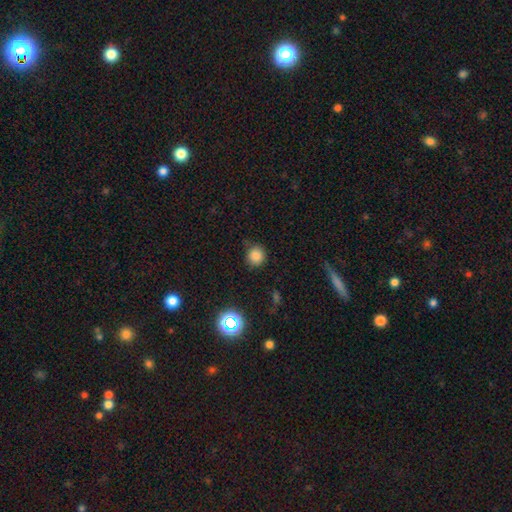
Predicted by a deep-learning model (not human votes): smooth_or_featured: smooth (p=0.80) [alt: star or artifact p=0.14]
how_rounded: round (p=0.90) [alt: in between p=0.09]
merging: none (p=0.81) [alt: minor disturbance p=0.14]